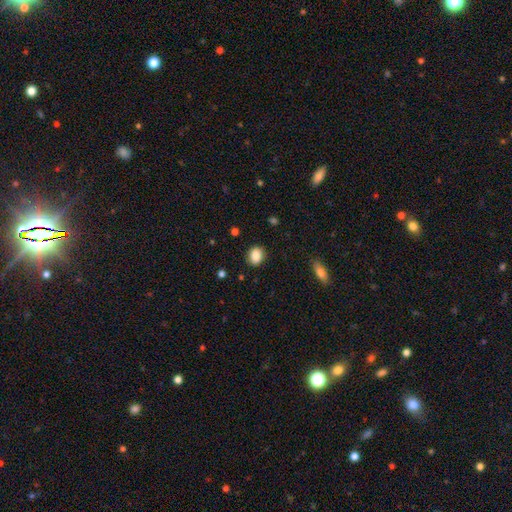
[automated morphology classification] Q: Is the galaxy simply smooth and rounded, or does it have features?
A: smooth — 87%.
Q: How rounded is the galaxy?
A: in between — 51%.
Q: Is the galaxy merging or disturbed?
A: none — 86%.